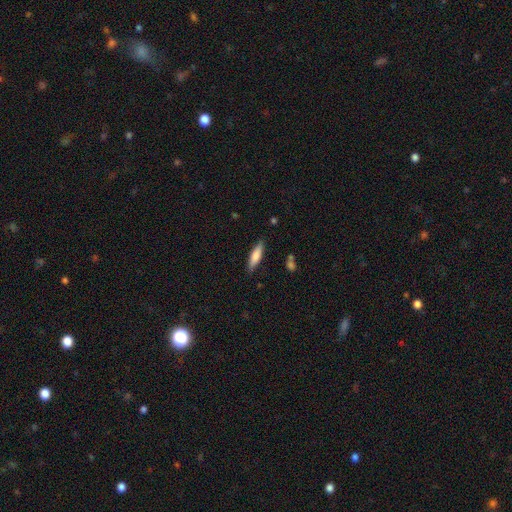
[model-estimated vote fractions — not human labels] Smooth or featured: smooth — 76% (featured or disk — 18%)
How rounded: cigar-shaped — 64% (in between — 35%)
Merging: none — 85% (minor disturbance — 11%)